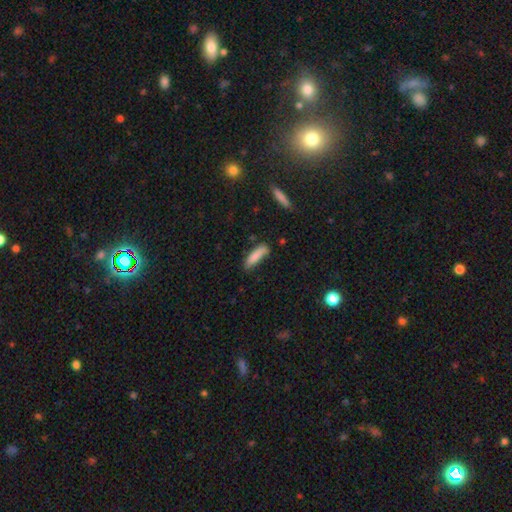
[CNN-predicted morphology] Smooth or featured: smooth — 83% (featured or disk — 9%)
How rounded: cigar-shaped — 63% (in between — 36%)
Merging: none — 63% (minor disturbance — 27%)